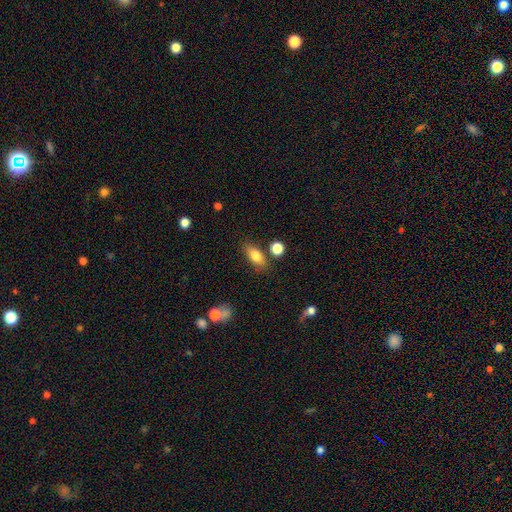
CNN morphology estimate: Smooth or featured: smooth — 78% (featured or disk — 14%)
How rounded: in between — 79% (cigar-shaped — 14%)
Merging: none — 77% (minor disturbance — 13%)